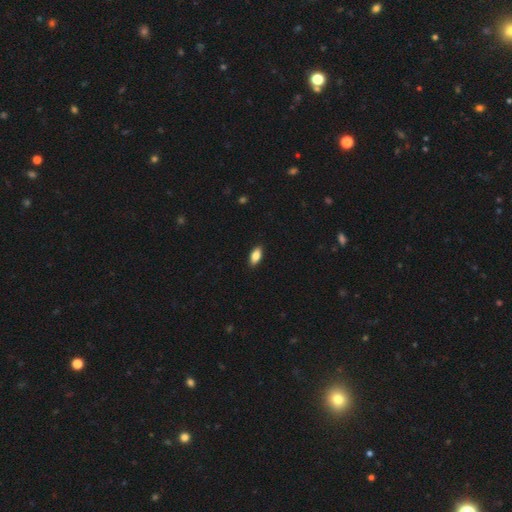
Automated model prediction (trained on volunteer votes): The model was most divided on "smooth or featured": smooth: 85%, featured or disk: 9%, star or artifact: 7%. More confident: merging — none (90%); how rounded — in between (88%).